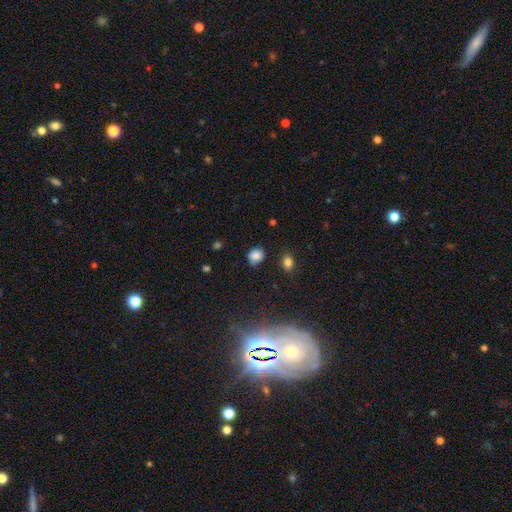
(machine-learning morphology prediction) Smooth or featured?
  - smooth: 80% *
  - star or artifact: 12%
  - featured or disk: 8%
How rounded?
  - round: 64% *
  - in between: 35%
  - cigar-shaped: 1%
Merging?
  - none: 69% *
  - minor disturbance: 23%
  - major disturbance: 5%
  - merger: 3%